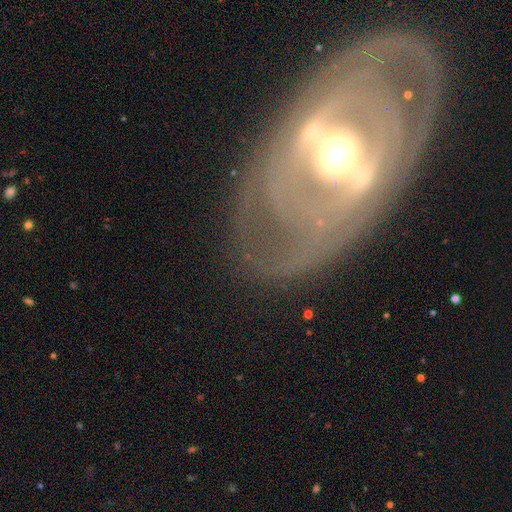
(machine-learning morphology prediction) A featured or disk galaxy (82%) with a strong bar (43%), spiral arms (65%) and a moderate central bulge (67%). Merging: none (77%).